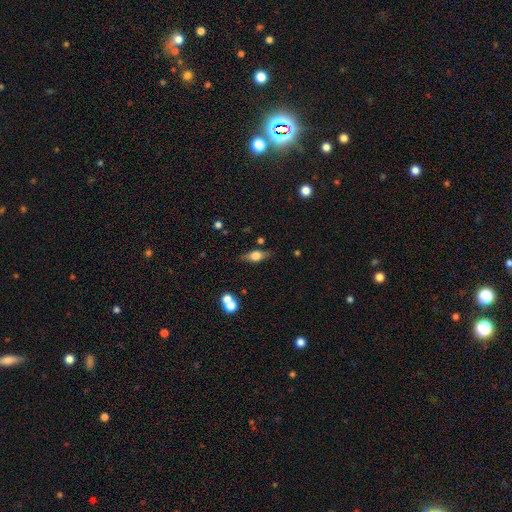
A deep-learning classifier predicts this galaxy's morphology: smooth-or-featured: smooth: 49% | featured or disk: 42% | star or artifact: 9%
  merging: none: 79% | minor disturbance: 14% | major disturbance: 4% | merger: 4%